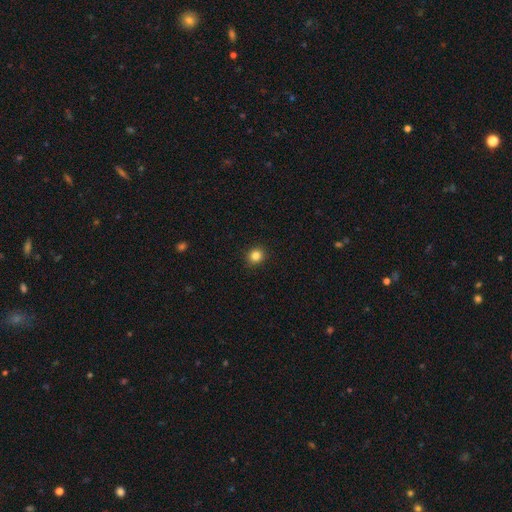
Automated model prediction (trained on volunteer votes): A smooth galaxy with no disk features (84%) that is round (84%). Merging: none (92%).